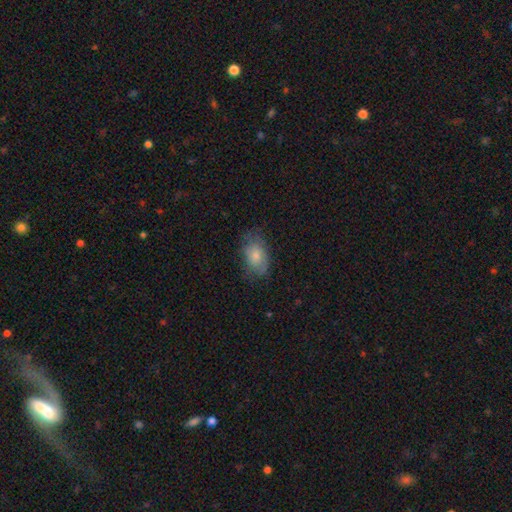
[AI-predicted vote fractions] This appears to be a smooth galaxy with no disk features (66%) that is in between round and cigar-shaped (87%). Merging: none (62%).